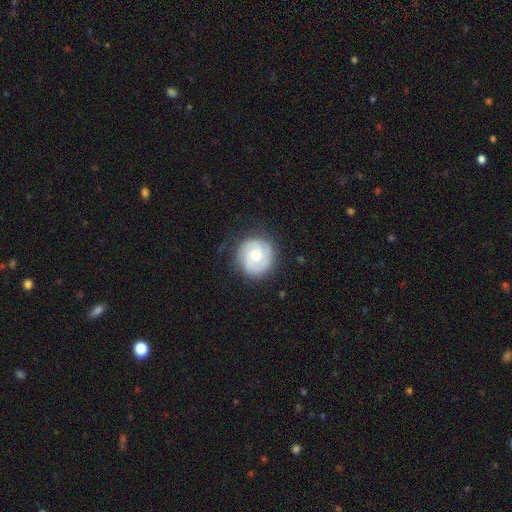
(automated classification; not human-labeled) Smooth or featured: featured or disk — 58% (smooth — 36%)
Edge-on disk: no — 98% (yes — 2%)
Bar: no — 71% (weak — 25%)
Spiral arms: yes — 88% (no — 12%)
Spiral winding: tight — 58% (medium — 33%)
Spiral arm count: 2 — 41% (can't tell — 24%)
Bulge size: moderate — 63% (small — 26%)
Merging: none — 79% (minor disturbance — 15%)